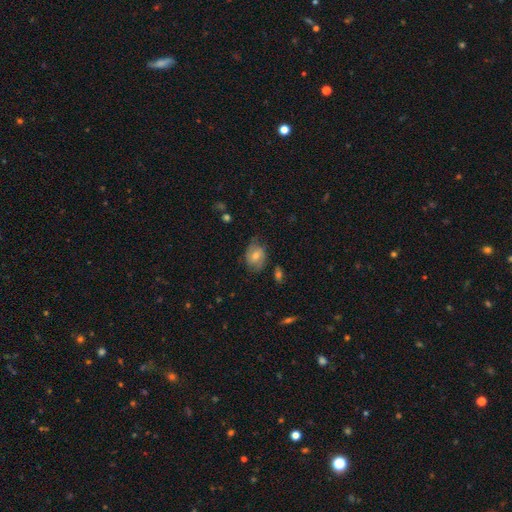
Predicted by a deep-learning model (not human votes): Smooth or featured?
  - smooth: 56% *
  - featured or disk: 35%
  - star or artifact: 9%
How rounded?
  - in between: 62% *
  - round: 37%
  - cigar-shaped: 1%
Merging?
  - none: 61% *
  - minor disturbance: 27%
  - major disturbance: 10%
  - merger: 2%